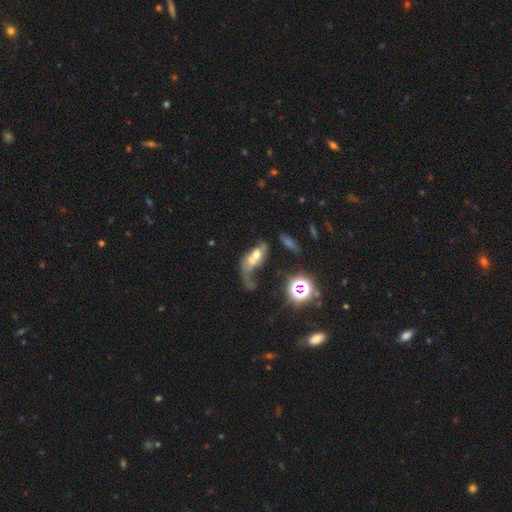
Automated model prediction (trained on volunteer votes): This is marginally a featured or disk galaxy (43%). Merging: possibly merger (57%).